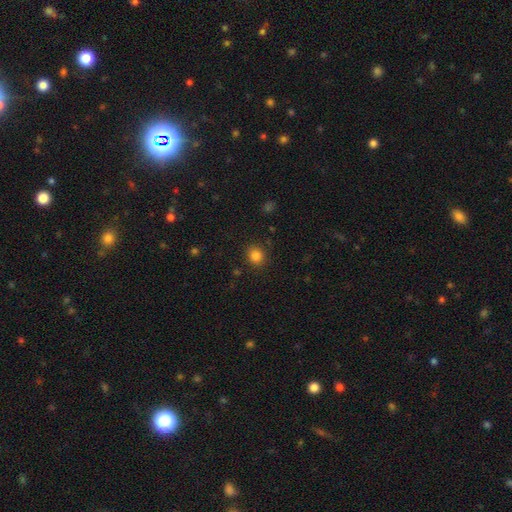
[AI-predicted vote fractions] A smooth galaxy with no disk features (84%) that is round (80%).

Vote fractions:
- Smooth or featured? smooth: 84% / star or artifact: 12% / featured or disk: 5%
- How rounded? round: 80% / in between: 19% / cigar-shaped: 1%
- Merging? none: 89% / minor disturbance: 7% / major disturbance: 3% / merger: 1%